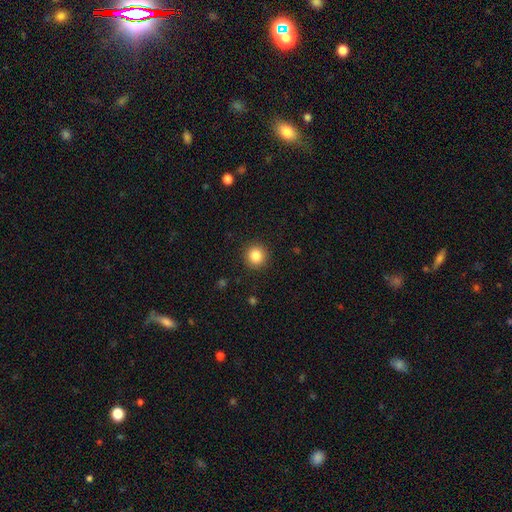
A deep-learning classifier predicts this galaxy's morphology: The model was most divided on "smooth or featured": smooth: 85%, star or artifact: 10%, featured or disk: 5%. More confident: how rounded — round (94%); merging — none (91%).